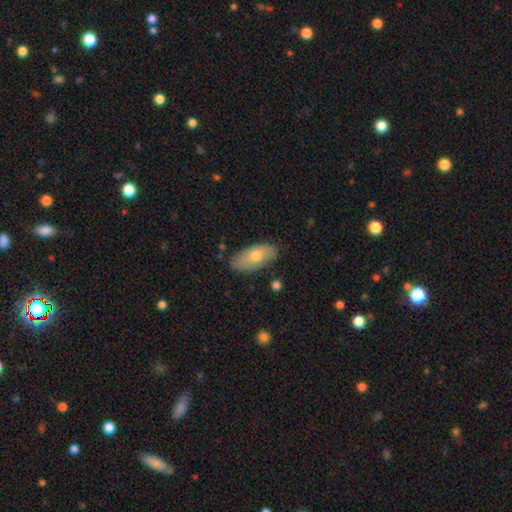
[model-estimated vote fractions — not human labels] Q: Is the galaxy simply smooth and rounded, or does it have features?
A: smooth — 66%.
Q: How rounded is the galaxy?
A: in between — 90%.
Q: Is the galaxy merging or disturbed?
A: none — 80%.